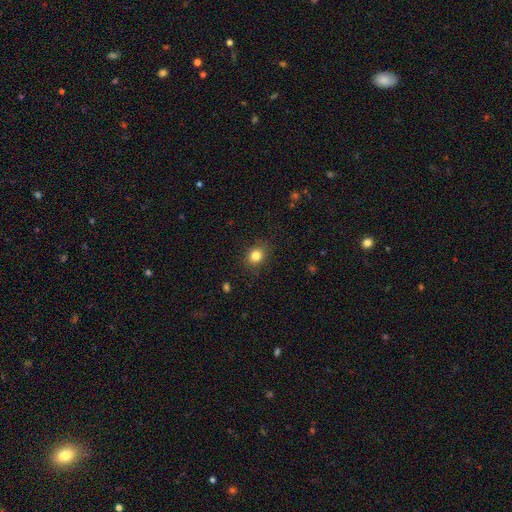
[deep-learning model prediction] smooth-or-featured: smooth: 83% | star or artifact: 11% | featured or disk: 6%
  how-rounded: round: 66% | in between: 33% | cigar-shaped: 1%
  merging: none: 87% | minor disturbance: 10% | major disturbance: 3% | merger: 1%